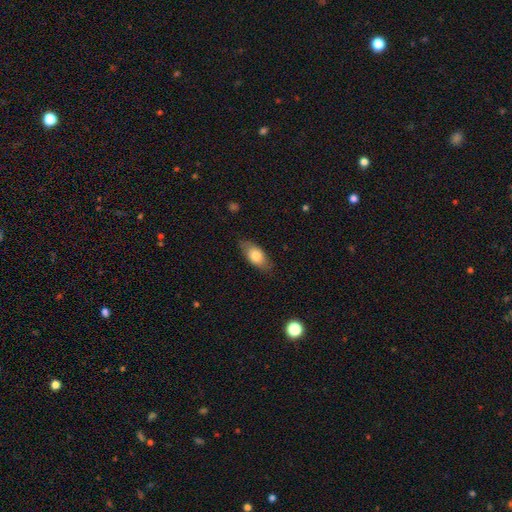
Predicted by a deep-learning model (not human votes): This appears to be a smooth galaxy with no disk features (74%) that is in between round and cigar-shaped (85%). Merging: none (78%).